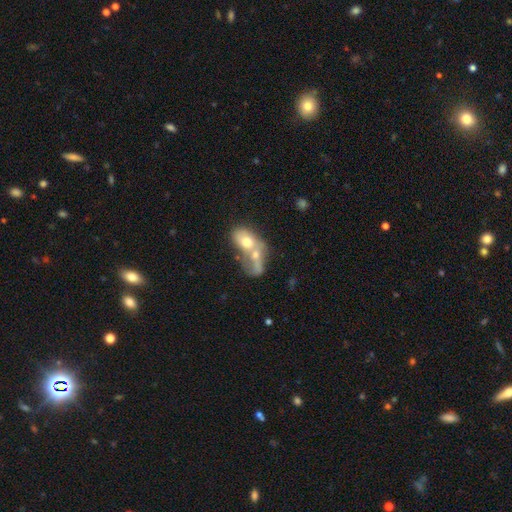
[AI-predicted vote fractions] This is possibly a smooth galaxy (55%). How rounded: likely in between (72%). Merging: likely merger (77%).